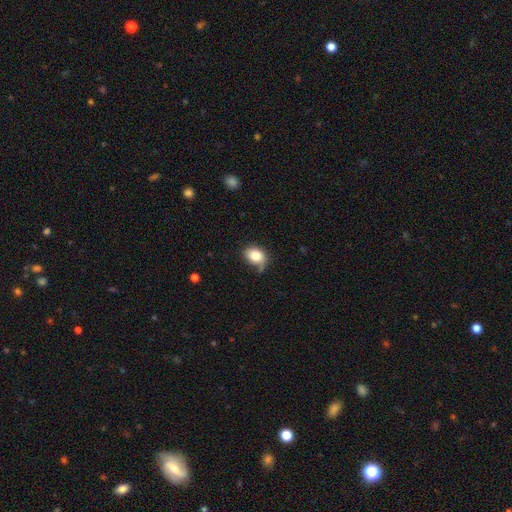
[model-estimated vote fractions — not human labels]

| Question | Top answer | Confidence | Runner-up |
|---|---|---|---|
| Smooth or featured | smooth | 82% | featured or disk (9%) |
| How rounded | in between | 61% | round (38%) |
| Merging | none | 63% | minor disturbance (26%) |